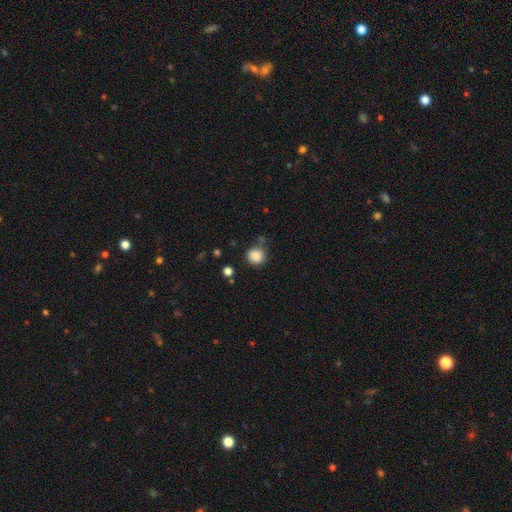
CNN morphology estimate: smooth_or_featured: smooth (p=0.86) [alt: star or artifact p=0.10]
how_rounded: round (p=0.84) [alt: in between p=0.15]
merging: none (p=0.71) [alt: minor disturbance p=0.18]